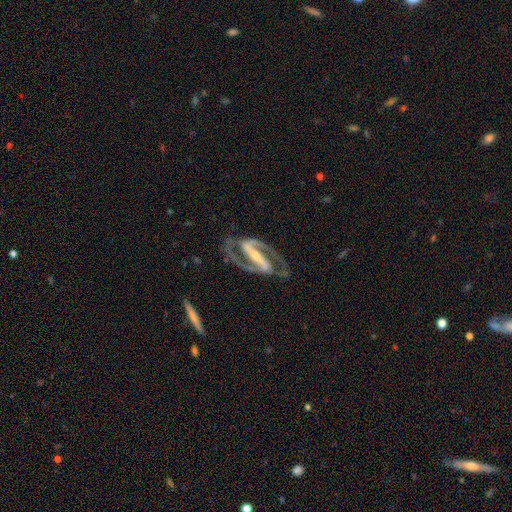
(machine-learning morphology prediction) featured or disk 94%, star or artifact 3%, smooth 3%. Down the decision tree: edge-on disk — no (96%); bar — strong (80%); spiral arms — yes (98%); spiral arm count — 2 (94%); spiral winding — medium (60%); bulge size — small (60%); merging — none (81%).